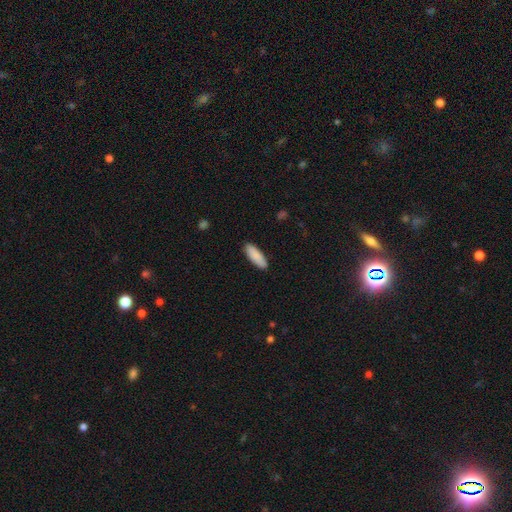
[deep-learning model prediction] smooth-or-featured: smooth: 89% | featured or disk: 6% | star or artifact: 5%
  how-rounded: in between: 62% | cigar-shaped: 36% | round: 1%
  merging: none: 87% | minor disturbance: 10% | major disturbance: 2% | merger: 1%